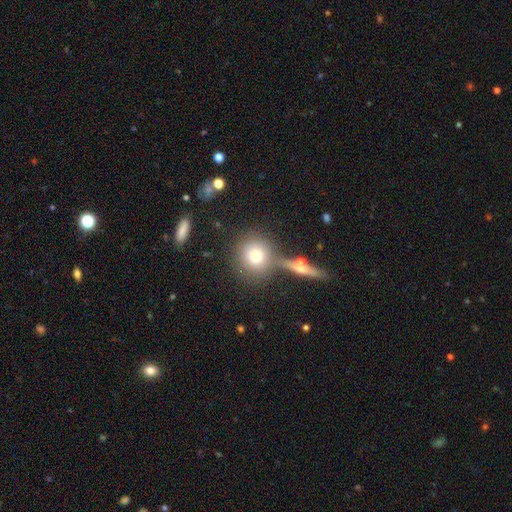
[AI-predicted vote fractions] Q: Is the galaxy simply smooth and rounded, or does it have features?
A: smooth — 73%.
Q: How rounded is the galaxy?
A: round — 90%.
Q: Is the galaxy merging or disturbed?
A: none — 68%.